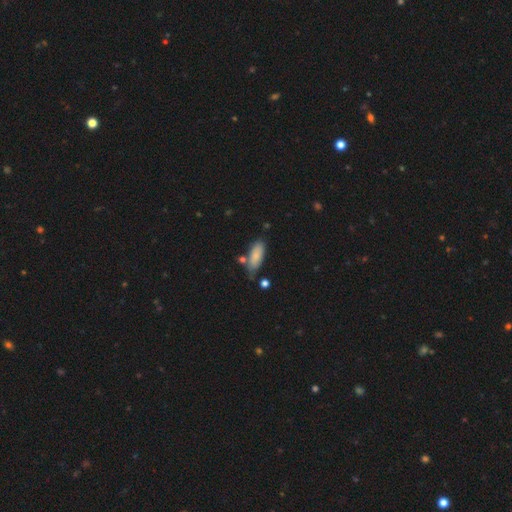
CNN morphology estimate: type=smooth (81%); roundness=in between (77%); merging=none (59%).